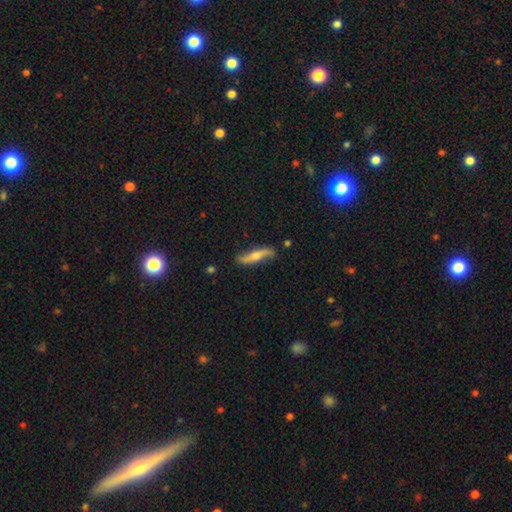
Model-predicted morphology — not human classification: smooth-or-featured: featured or disk: 55% | smooth: 40% | star or artifact: 5%
  disk-edge-on: yes: 54% | no: 46%
  merging: none: 77% | minor disturbance: 17% | major disturbance: 3% | merger: 2%